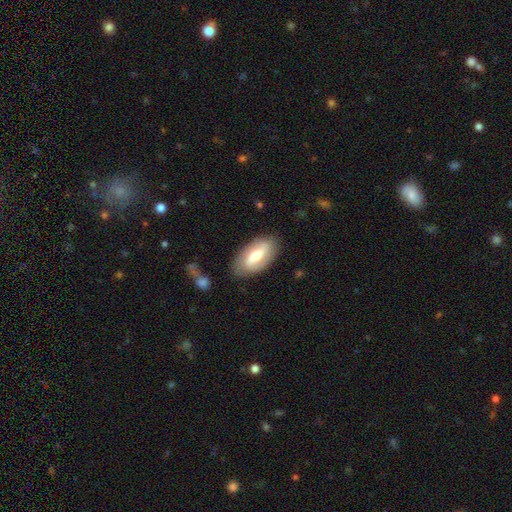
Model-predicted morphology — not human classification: Smooth or featured? Predicted: featured or disk (p=0.50). Edge-on disk? Predicted: no (p=0.88). Merging? Predicted: none (p=0.82).